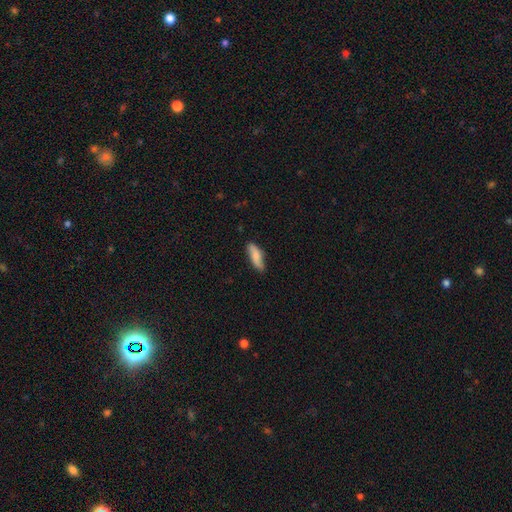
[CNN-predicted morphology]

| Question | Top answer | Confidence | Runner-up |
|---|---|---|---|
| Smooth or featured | smooth | 77% | featured or disk (17%) |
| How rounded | in between | 56% | cigar-shaped (42%) |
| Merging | none | 78% | minor disturbance (18%) |